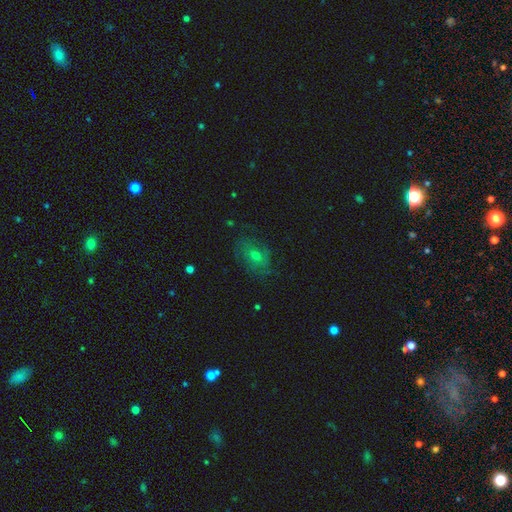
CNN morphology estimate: type=smooth (42%); merging=none (67%).